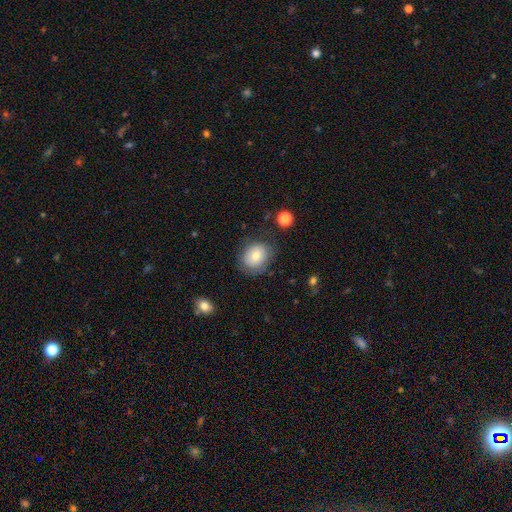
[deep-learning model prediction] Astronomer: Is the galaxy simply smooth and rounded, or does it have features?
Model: smooth — 74%.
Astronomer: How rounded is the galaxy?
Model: round — 58% (runner-up: in between, 41%).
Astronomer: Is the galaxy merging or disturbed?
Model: none — 76%.